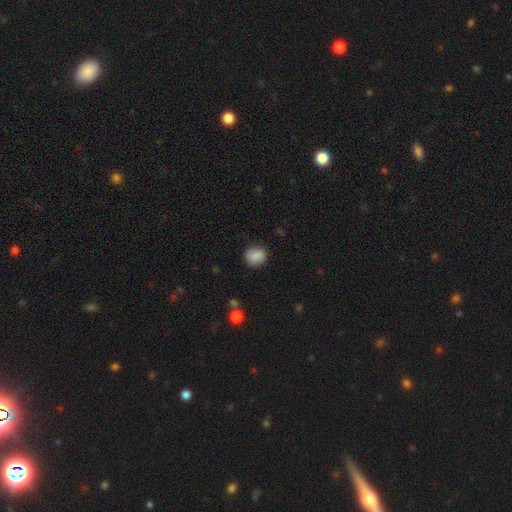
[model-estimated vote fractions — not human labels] Q: Smooth or featured?
A: smooth (88%); runner-up: star or artifact (8%)
Q: How rounded?
A: round (70%); runner-up: in between (29%)
Q: Merging?
A: none (83%); runner-up: minor disturbance (13%)